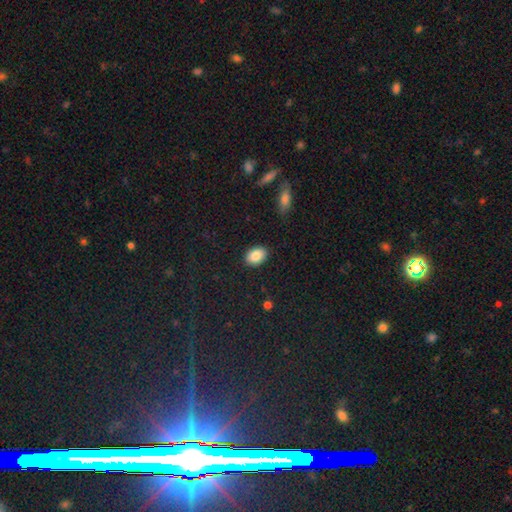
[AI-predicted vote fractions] A smooth galaxy with no disk features (87%) that is in between round and cigar-shaped (82%).

Vote fractions:
- Smooth or featured? smooth: 87% / star or artifact: 7% / featured or disk: 6%
- How rounded? in between: 82% / round: 17% / cigar-shaped: 1%
- Merging? none: 88% / minor disturbance: 9% / major disturbance: 2% / merger: 1%